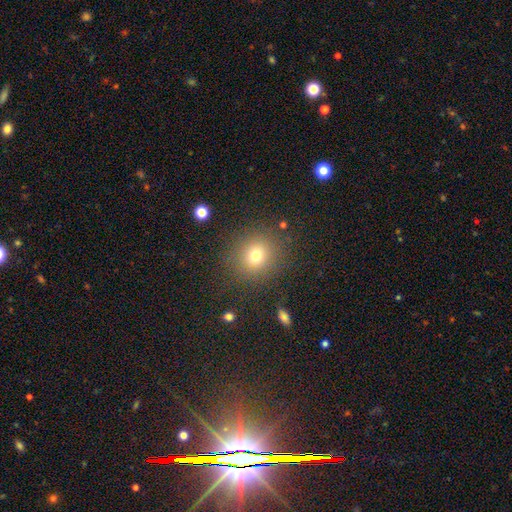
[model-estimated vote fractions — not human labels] smooth 74%, star or artifact 16%, featured or disk 10%. Down the decision tree: how rounded — round (85%); merging — none (87%).